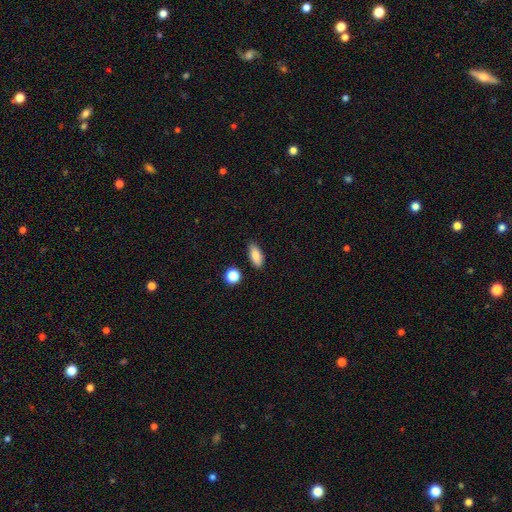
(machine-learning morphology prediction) This appears to be a smooth galaxy with no disk features (85%) that is in between round and cigar-shaped (83%). Merging: none (81%).